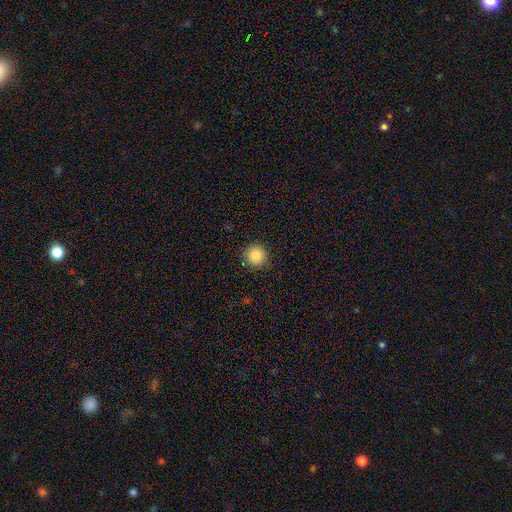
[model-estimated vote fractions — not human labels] This appears to be a smooth galaxy with no disk features (87%) that is round (95%). Merging: none (90%).